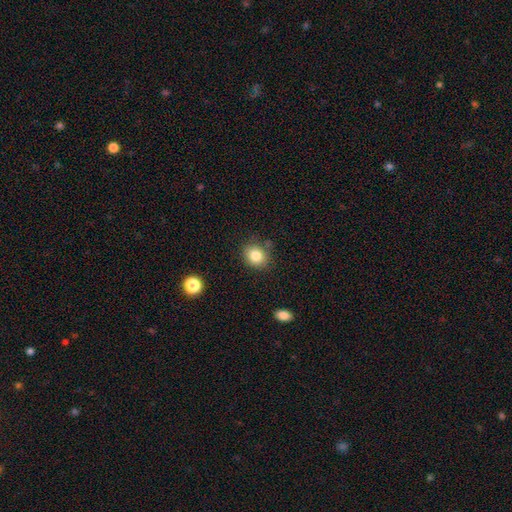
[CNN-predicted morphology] type=smooth (84%); roundness=round (71%); merging=none (82%).